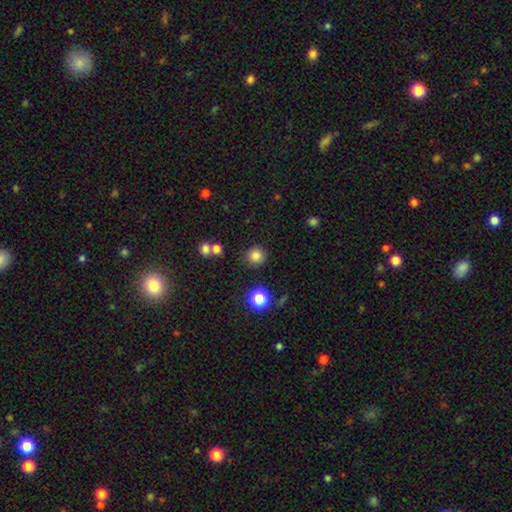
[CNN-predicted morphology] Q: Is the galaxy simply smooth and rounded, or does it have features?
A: smooth — 83%.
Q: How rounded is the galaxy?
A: round — 92%.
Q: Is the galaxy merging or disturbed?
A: none — 87%.